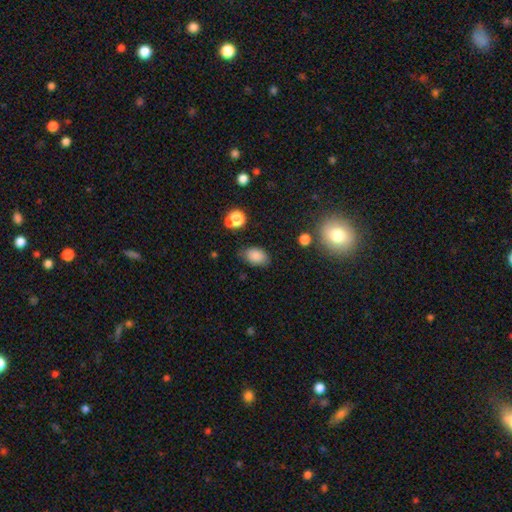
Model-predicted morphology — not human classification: A smooth galaxy with no disk features (84%) that is in between round and cigar-shaped (86%).

Vote fractions:
- Smooth or featured? smooth: 84% / star or artifact: 10% / featured or disk: 6%
- How rounded? in between: 86% / round: 13% / cigar-shaped: 1%
- Merging? none: 74% / minor disturbance: 18% / major disturbance: 4% / merger: 3%